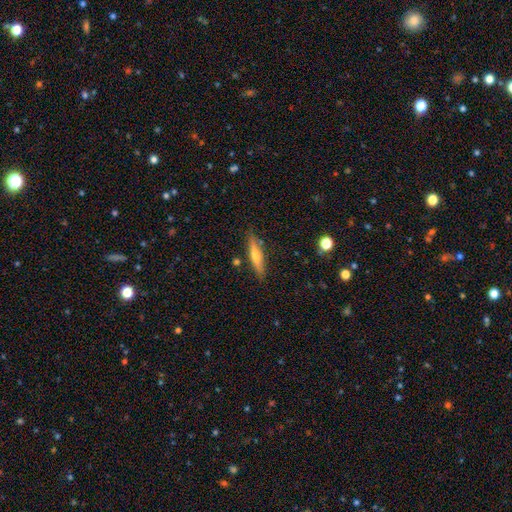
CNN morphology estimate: Smooth or featured? Predicted: smooth (p=0.47). Merging? Predicted: none (p=0.84).